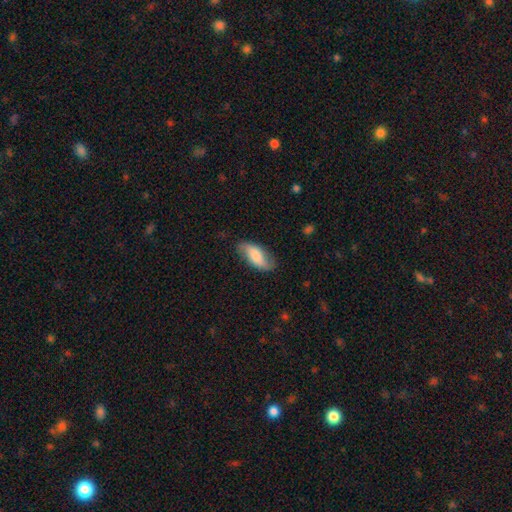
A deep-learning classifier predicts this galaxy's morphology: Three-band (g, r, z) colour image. It shows a smooth galaxy with no disk features (56%) that is in between round and cigar-shaped (85%). Merging: none (75%).